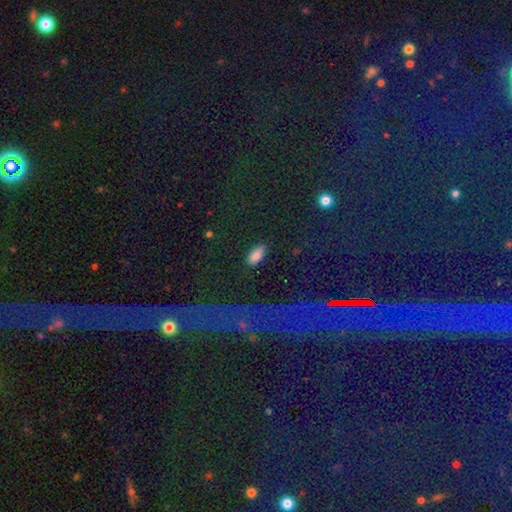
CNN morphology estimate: smooth-or-featured: smooth: 85% | star or artifact: 9% | featured or disk: 6%
  how-rounded: in between: 88% | cigar-shaped: 9% | round: 3%
  merging: none: 84% | minor disturbance: 12% | major disturbance: 3% | merger: 2%